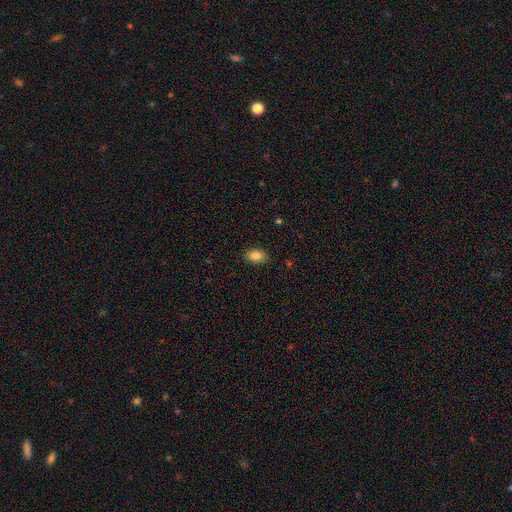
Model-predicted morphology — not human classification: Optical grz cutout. It shows a smooth galaxy with no disk features (86%) that is in between round and cigar-shaped (88%). Merging: none (86%).